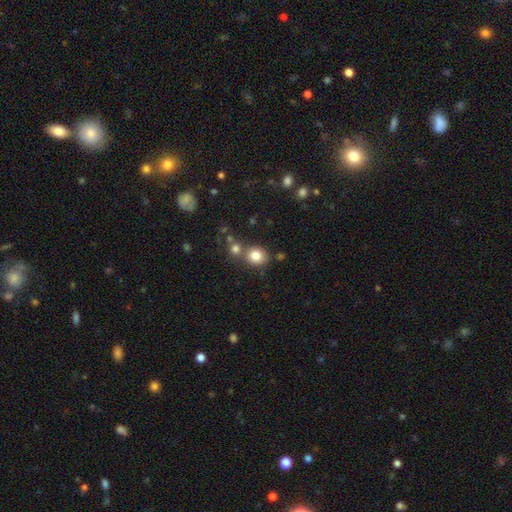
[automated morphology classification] Q: Smooth or featured?
A: smooth (83%); runner-up: star or artifact (10%)
Q: How rounded?
A: round (75%); runner-up: in between (24%)
Q: Merging?
A: none (63%); runner-up: merger (23%)